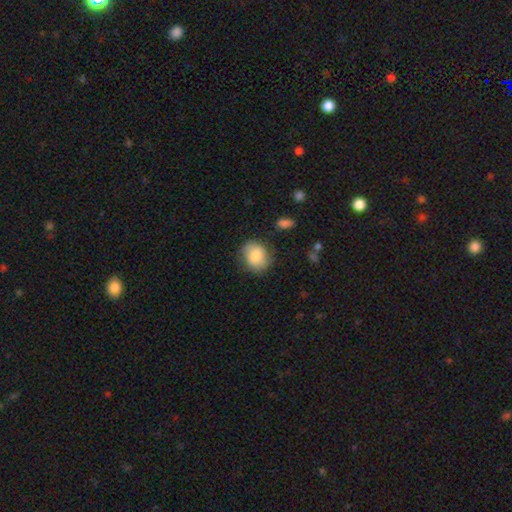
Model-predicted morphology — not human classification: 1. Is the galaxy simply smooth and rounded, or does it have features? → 78% smooth, 14% featured or disk, 7% star or artifact.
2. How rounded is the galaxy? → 64% round, 35% in between, 1% cigar-shaped.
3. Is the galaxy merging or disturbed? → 77% none, 16% minor disturbance, 4% major disturbance, 2% merger.